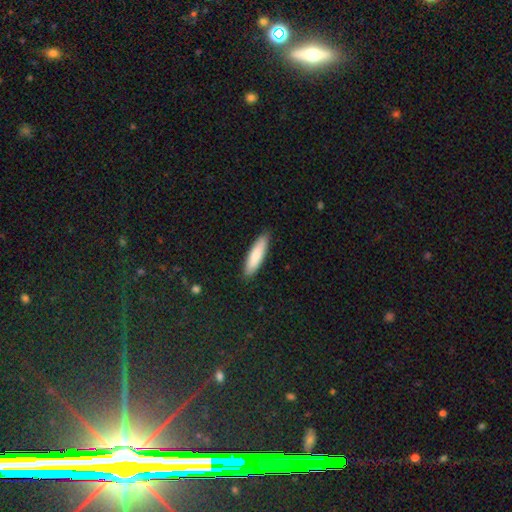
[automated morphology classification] Smooth or featured: smooth — 84% (featured or disk — 11%)
How rounded: cigar-shaped — 66% (in between — 33%)
Merging: none — 88% (minor disturbance — 9%)